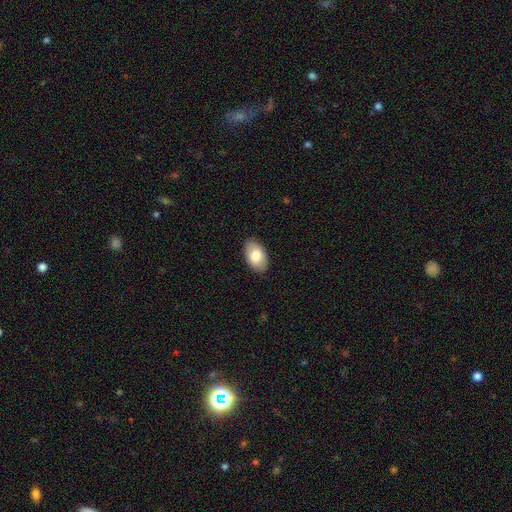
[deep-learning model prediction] Smooth or featured: smooth — 81% (featured or disk — 13%)
How rounded: in between — 94% (round — 5%)
Merging: none — 88% (minor disturbance — 9%)